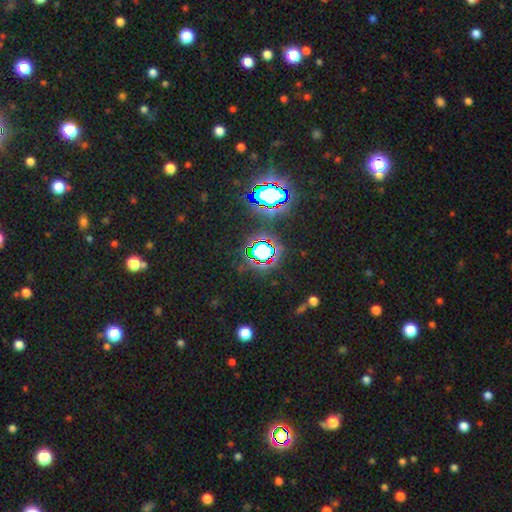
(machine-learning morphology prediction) Smooth or featured?
  - star or artifact: 76% *
  - smooth: 14%
  - featured or disk: 9%